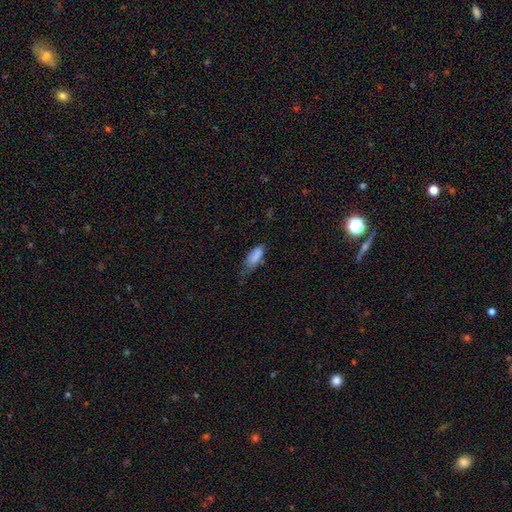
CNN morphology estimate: A smooth galaxy with no disk features (82%) that is in between round and cigar-shaped (81%).

Vote fractions:
- Smooth or featured? smooth: 82% / featured or disk: 10% / star or artifact: 8%
- How rounded? in between: 81% / cigar-shaped: 16% / round: 2%
- Merging? minor disturbance: 45% / none: 32% / major disturbance: 20% / merger: 3%